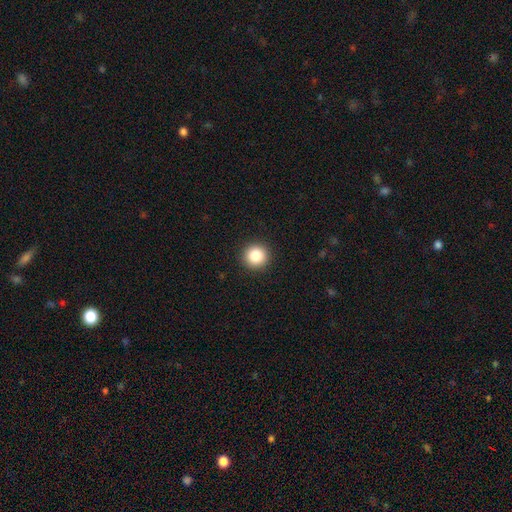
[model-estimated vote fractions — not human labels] This appears to be a smooth galaxy with no disk features (85%) that is round (95%). Merging: none (93%).